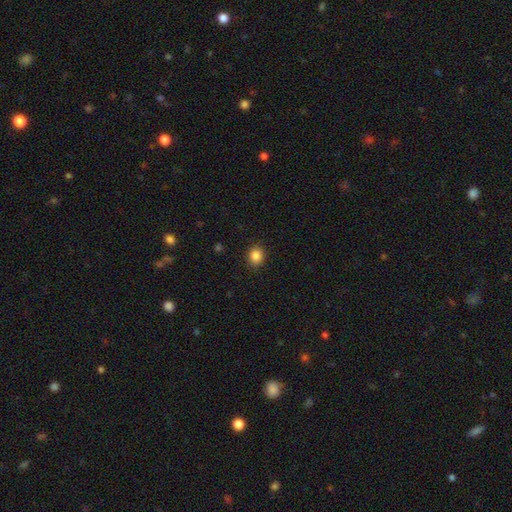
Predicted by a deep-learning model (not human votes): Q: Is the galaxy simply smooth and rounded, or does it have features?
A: smooth — 86%.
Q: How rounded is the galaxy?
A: round — 69%.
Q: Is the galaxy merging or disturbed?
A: none — 89%.